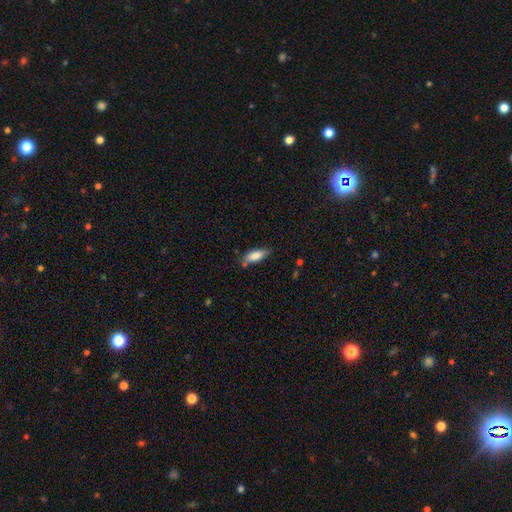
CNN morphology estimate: Smooth or featured: smooth — 81% (featured or disk — 12%)
How rounded: in between — 66% (cigar-shaped — 32%)
Merging: none — 68% (minor disturbance — 23%)